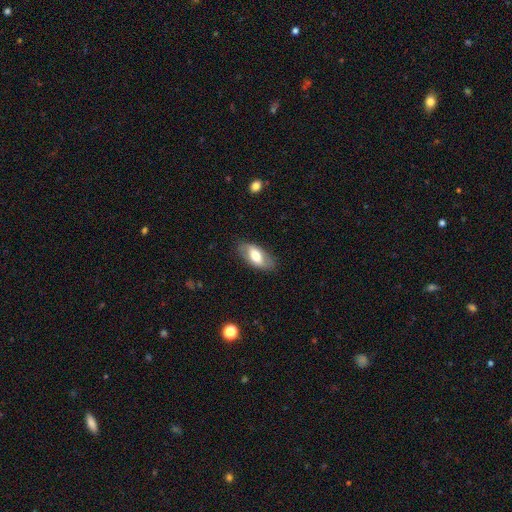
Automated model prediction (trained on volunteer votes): This is possibly a smooth galaxy (58%). How rounded: clearly in between (89%). Merging: likely none (79%).